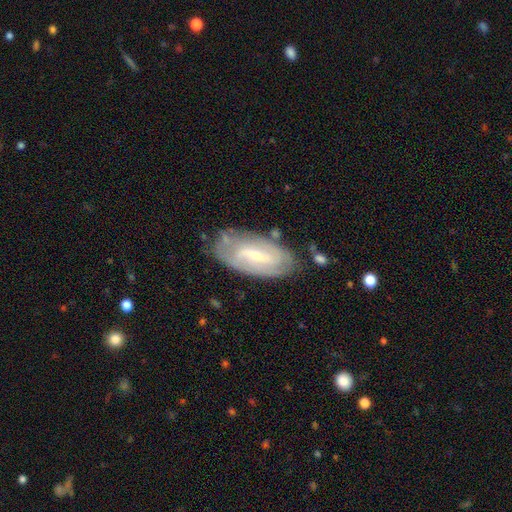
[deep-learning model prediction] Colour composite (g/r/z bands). It shows a featured or disk galaxy (77%) with a weak bar (47%), 2 (51%) tight (50%) spiral arms (87%) and a small central bulge (70%). Merging: none (73%).